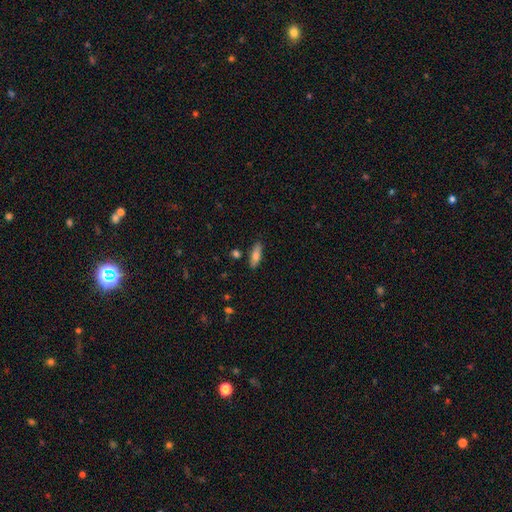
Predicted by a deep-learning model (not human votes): smooth-or-featured: smooth: 75% | featured or disk: 18% | star or artifact: 7%
  how-rounded: in between: 58% | cigar-shaped: 40% | round: 2%
  merging: none: 84% | minor disturbance: 10% | merger: 3% | major disturbance: 2%